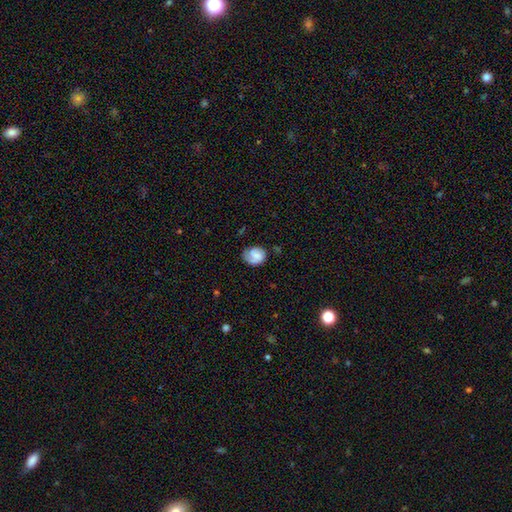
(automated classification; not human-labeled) The model was most divided on "smooth or featured": smooth: 52%, featured or disk: 40%, star or artifact: 8%. More confident: how rounded — round (61%); merging — none (58%).